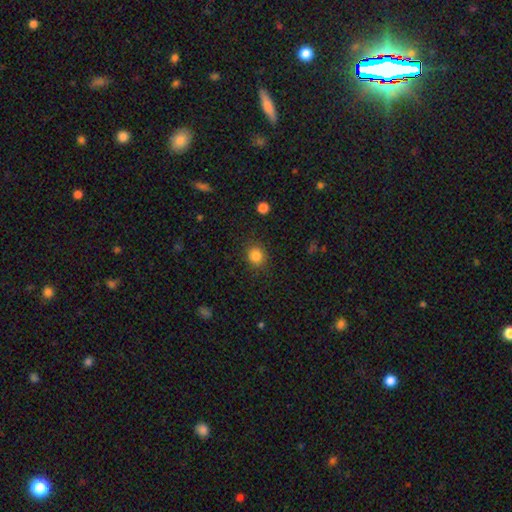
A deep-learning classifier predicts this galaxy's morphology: Smooth or featured?
  - smooth: 84% *
  - star or artifact: 11%
  - featured or disk: 5%
How rounded?
  - round: 80% *
  - in between: 19%
  - cigar-shaped: 1%
Merging?
  - none: 87% *
  - minor disturbance: 9%
  - major disturbance: 3%
  - merger: 1%